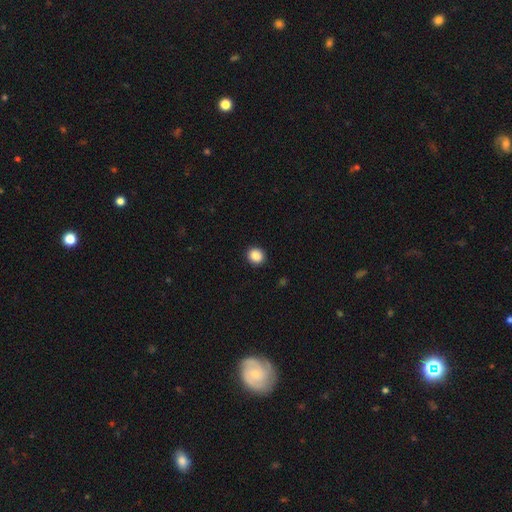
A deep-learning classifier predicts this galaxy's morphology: Smooth or featured: smooth — 88% (star or artifact — 9%)
How rounded: round — 83% (in between — 16%)
Merging: none — 91% (minor disturbance — 6%)